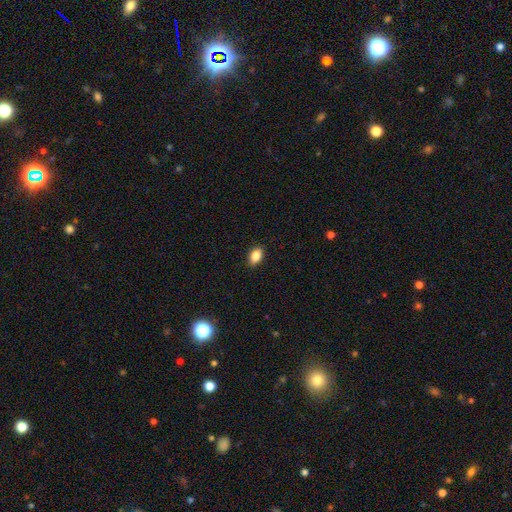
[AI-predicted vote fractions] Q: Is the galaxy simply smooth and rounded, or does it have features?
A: smooth — 86%.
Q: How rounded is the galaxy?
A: in between — 87%.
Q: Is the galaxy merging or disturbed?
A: none — 89%.